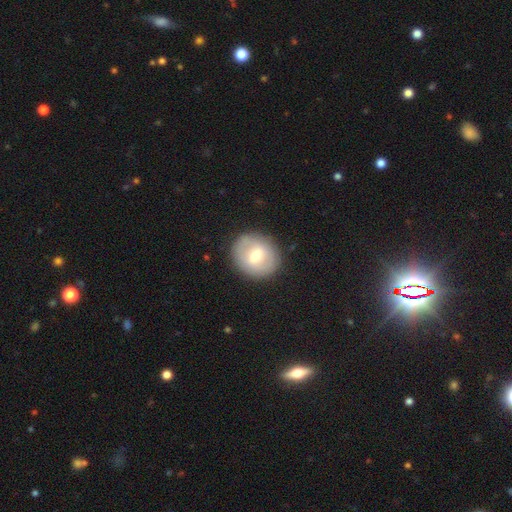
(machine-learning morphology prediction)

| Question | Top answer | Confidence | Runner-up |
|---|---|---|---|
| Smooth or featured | smooth | 58% | featured or disk (34%) |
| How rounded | round | 78% | in between (21%) |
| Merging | none | 87% | minor disturbance (9%) |